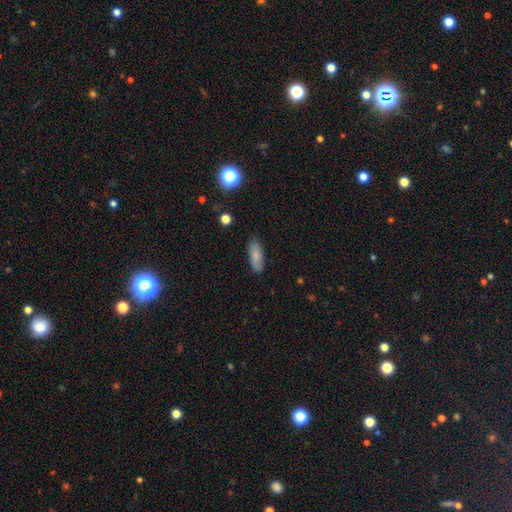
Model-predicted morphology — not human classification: Smooth or featured? smooth (83%)
How rounded? in between (66%)
Merging? none (81%)